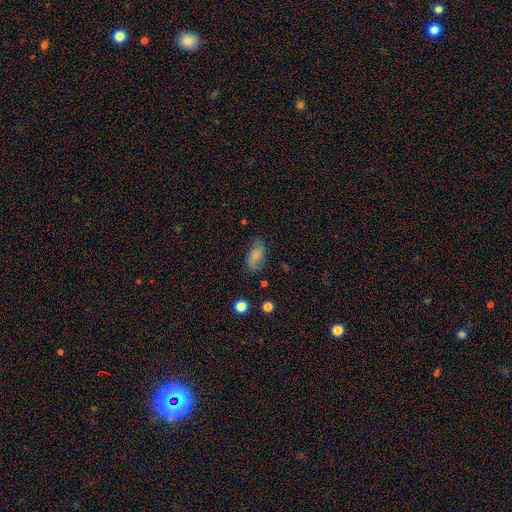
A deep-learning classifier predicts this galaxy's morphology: smooth 72%, featured or disk 18%, star or artifact 10%. Down the decision tree: how rounded — in between (90%); merging — none (67%).